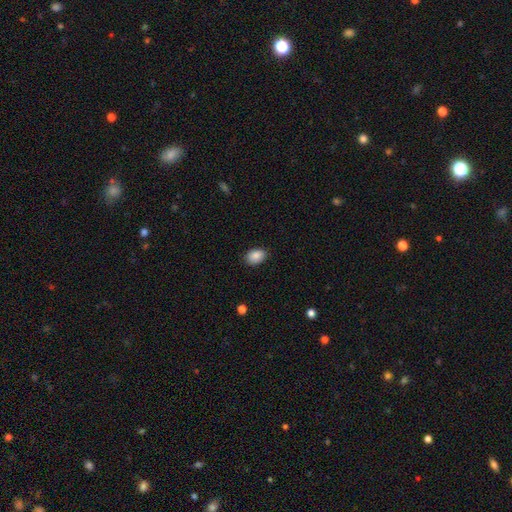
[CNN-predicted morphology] smooth_or_featured: smooth (p=0.87) [alt: star or artifact p=0.08]
how_rounded: in between (p=0.83) [alt: round p=0.16]
merging: none (p=0.86) [alt: minor disturbance p=0.11]